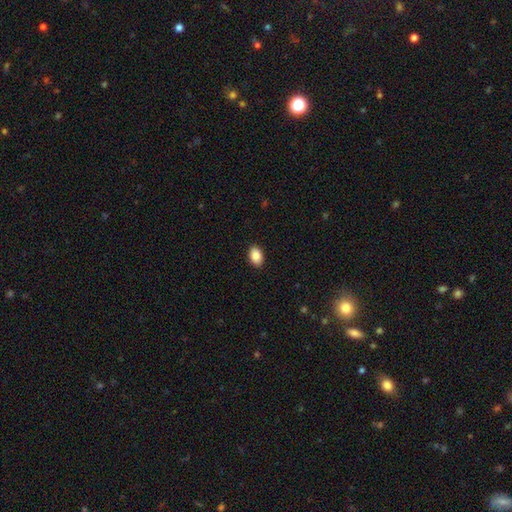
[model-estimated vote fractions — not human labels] Q: Smooth or featured?
A: smooth (87%); runner-up: star or artifact (7%)
Q: How rounded?
A: in between (88%); runner-up: round (11%)
Q: Merging?
A: none (91%); runner-up: minor disturbance (7%)